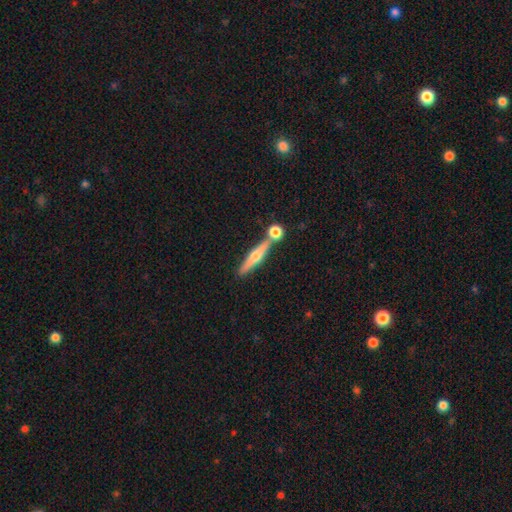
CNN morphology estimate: Smooth or featured? featured or disk (55%)
Edge-on disk? yes (95%)
Edge-on bulge? rounded (89%)
Merging? none (70%)